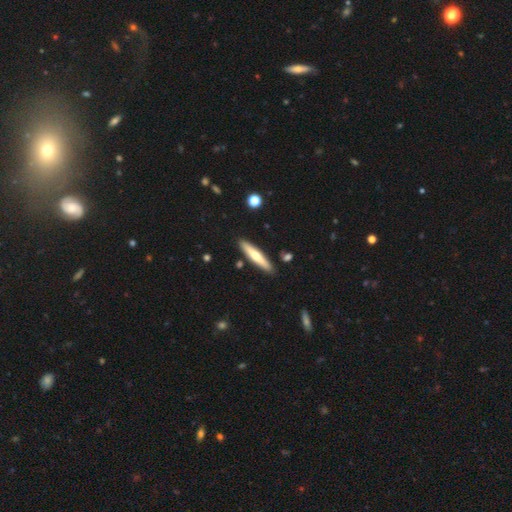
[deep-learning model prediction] smooth_or_featured: smooth (p=0.52) [alt: featured or disk p=0.43]
how_rounded: cigar-shaped (p=0.86) [alt: in between p=0.12]
merging: none (p=0.88) [alt: minor disturbance p=0.08]